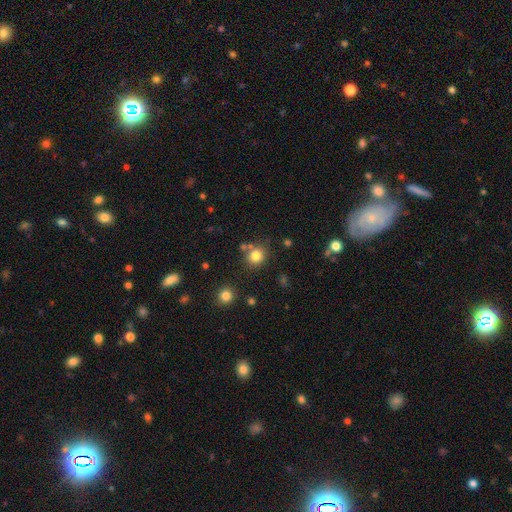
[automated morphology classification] Smooth or featured? smooth (81%)
How rounded? round (85%)
Merging? none (74%)